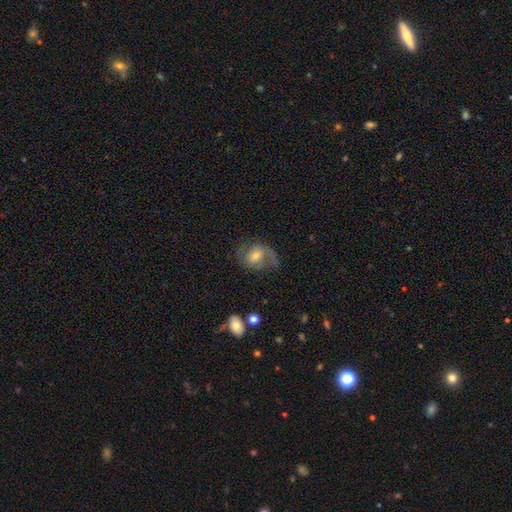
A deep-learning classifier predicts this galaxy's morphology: This is likely a featured or disk galaxy (65%). It is clearly not viewed edge-on (97%). Bar: possibly no (49%). Spiral arm pattern: clearly yes (89%). Spiral arm count: likely 2 (63%). Spiral winding: possibly medium (46%). Central bulge: possibly moderate (54%). Merging: possibly none (55%).